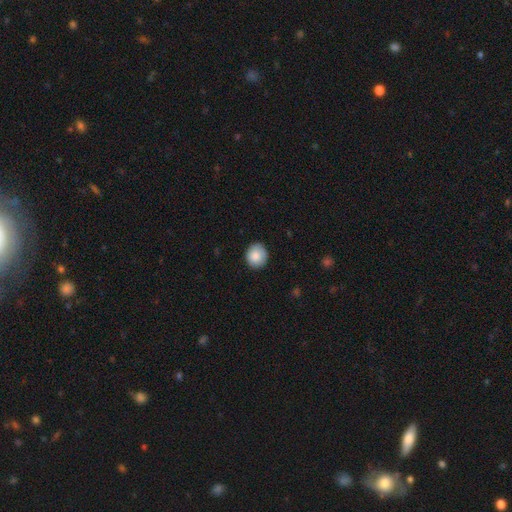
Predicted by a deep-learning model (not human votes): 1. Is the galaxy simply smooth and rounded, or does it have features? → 86% smooth, 7% star or artifact, 7% featured or disk.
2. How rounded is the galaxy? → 80% round, 19% in between, 1% cigar-shaped.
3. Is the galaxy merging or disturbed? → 85% none, 12% minor disturbance, 2% major disturbance, 1% merger.